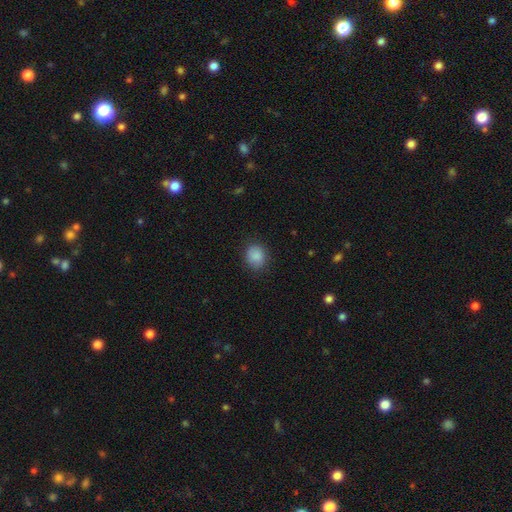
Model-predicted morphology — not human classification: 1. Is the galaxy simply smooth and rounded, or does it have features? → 87% smooth, 8% star or artifact, 5% featured or disk.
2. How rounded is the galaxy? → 68% round, 31% in between, 1% cigar-shaped.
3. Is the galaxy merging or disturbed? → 83% none, 13% minor disturbance, 3% major disturbance, 1% merger.